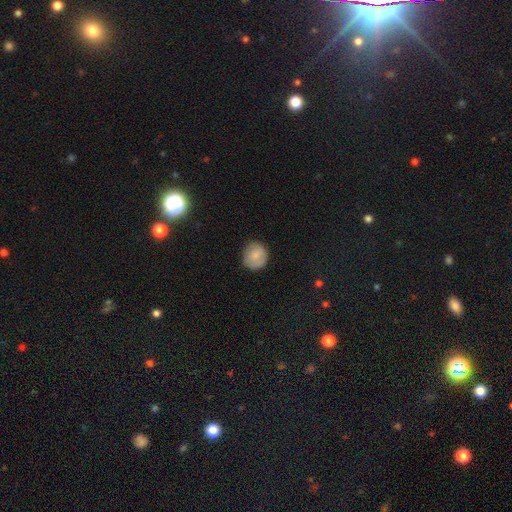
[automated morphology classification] The model was most divided on "merging": none: 82%, minor disturbance: 14%, major disturbance: 3%, merger: 1%. More confident: how rounded — round (88%); smooth or featured — smooth (82%).